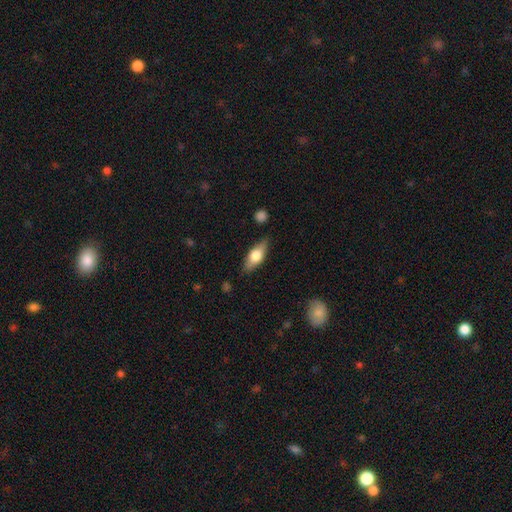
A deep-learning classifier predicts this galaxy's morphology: Smooth or featured?
  - smooth: 58% *
  - featured or disk: 36%
  - star or artifact: 6%
How rounded?
  - in between: 72% *
  - cigar-shaped: 25%
  - round: 4%
Merging?
  - none: 84% *
  - minor disturbance: 12%
  - major disturbance: 3%
  - merger: 2%